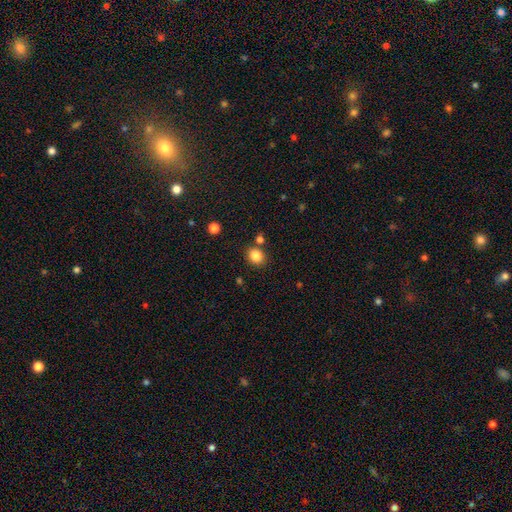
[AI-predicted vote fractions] Overall: smooth (85%). How rounded: round (70%). Merging: none (81%).